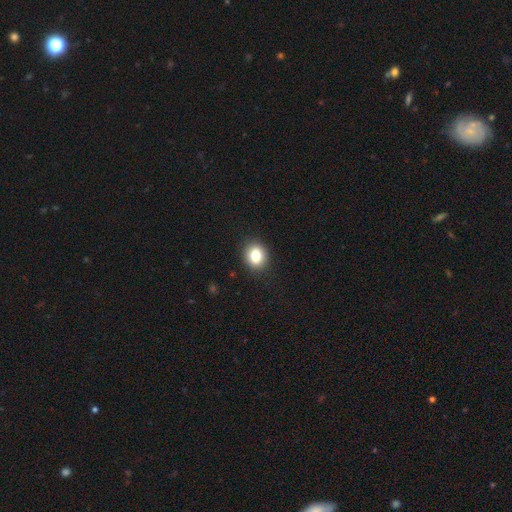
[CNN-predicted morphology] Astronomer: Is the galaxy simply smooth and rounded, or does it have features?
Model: smooth — 82%.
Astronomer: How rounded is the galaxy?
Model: round — 56% (runner-up: in between, 43%).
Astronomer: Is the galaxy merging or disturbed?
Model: none — 90%.